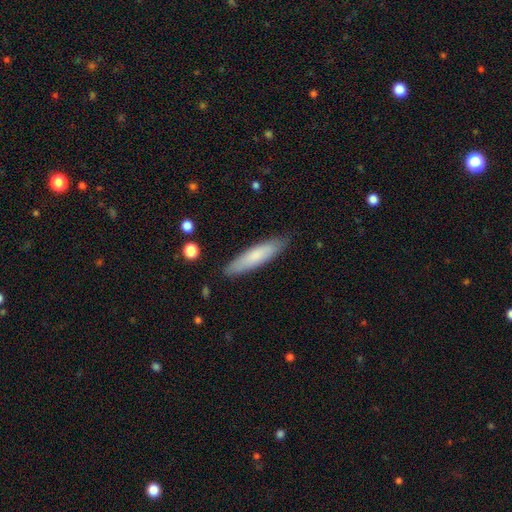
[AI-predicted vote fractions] This is likely a smooth galaxy (75%). How rounded: likely cigar-shaped (78%). Merging: clearly none (86%).